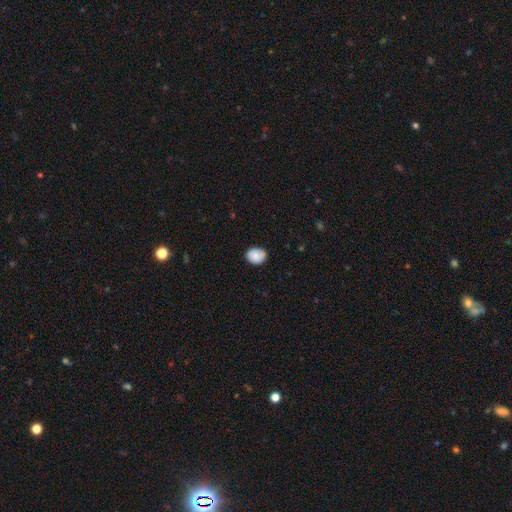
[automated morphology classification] The model was most divided on "how rounded": round: 52%, in between: 47%, cigar-shaped: 1%. More confident: smooth or featured — smooth (84%); merging — none (83%).